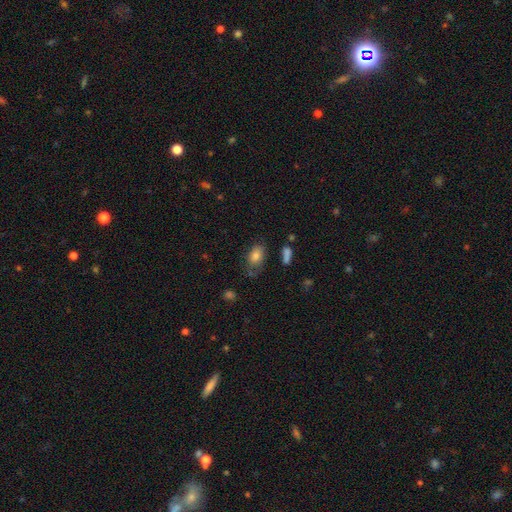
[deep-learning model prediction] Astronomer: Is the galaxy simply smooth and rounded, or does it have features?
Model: smooth — 79%.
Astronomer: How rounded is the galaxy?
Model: in between — 87%.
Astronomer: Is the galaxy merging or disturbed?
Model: none — 60%.